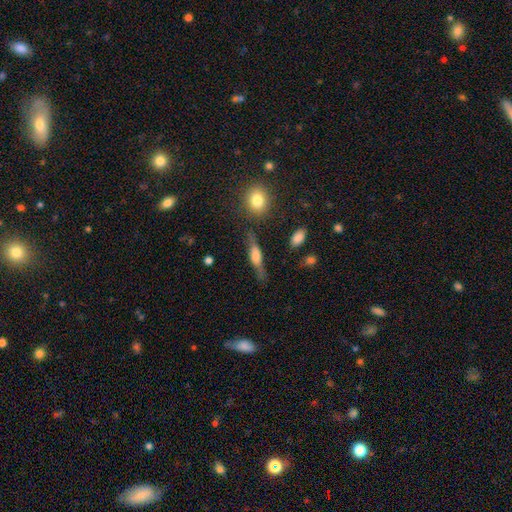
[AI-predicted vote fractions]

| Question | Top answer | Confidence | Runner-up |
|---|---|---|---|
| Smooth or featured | smooth | 48% | featured or disk (43%) |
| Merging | none | 67% | minor disturbance (20%) |